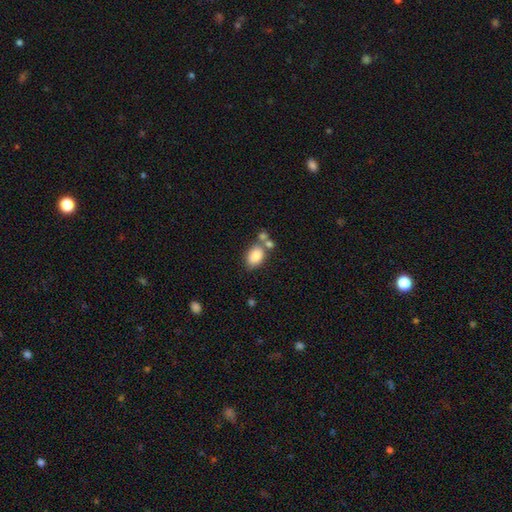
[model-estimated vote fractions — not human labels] This appears to be a smooth galaxy with no disk features (84%) that is in between round and cigar-shaped (84%). Merging: none (50%).